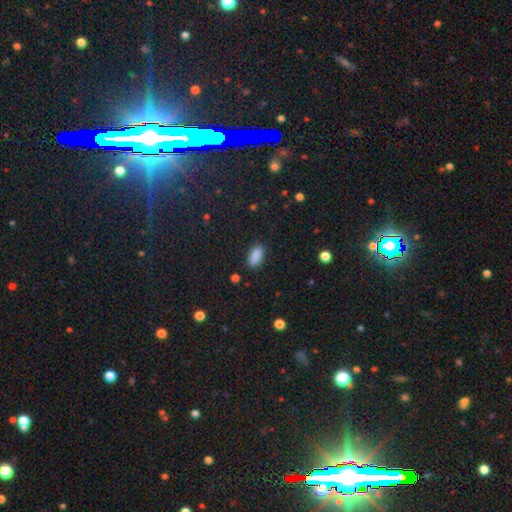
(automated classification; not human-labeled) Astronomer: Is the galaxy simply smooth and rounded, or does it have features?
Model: smooth — 88%.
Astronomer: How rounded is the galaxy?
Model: in between — 88%.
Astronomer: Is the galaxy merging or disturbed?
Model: none — 87%.